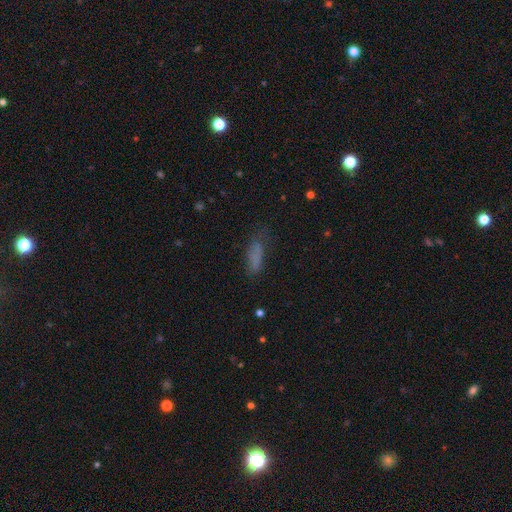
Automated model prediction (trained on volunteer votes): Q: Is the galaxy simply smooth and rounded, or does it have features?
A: smooth — 72%.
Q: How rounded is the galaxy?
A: in between — 54%.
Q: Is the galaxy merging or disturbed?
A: none — 53%.